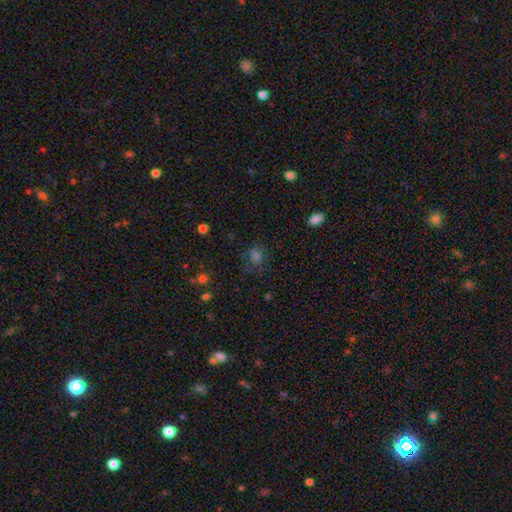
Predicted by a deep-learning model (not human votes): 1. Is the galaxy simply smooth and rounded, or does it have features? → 58% smooth, 30% star or artifact, 12% featured or disk.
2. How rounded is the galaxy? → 52% in between, 46% round, 2% cigar-shaped.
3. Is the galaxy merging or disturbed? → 63% none, 19% minor disturbance, 14% major disturbance, 4% merger.